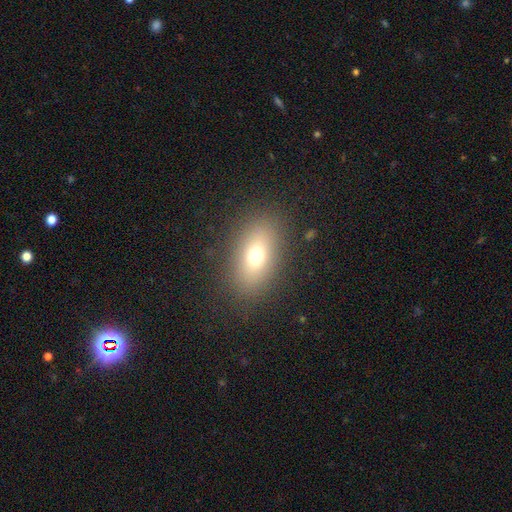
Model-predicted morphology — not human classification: Smooth or featured?
  - smooth: 69% *
  - featured or disk: 16%
  - star or artifact: 14%
How rounded?
  - in between: 80% *
  - round: 16%
  - cigar-shaped: 3%
Merging?
  - none: 85% *
  - minor disturbance: 9%
  - major disturbance: 5%
  - merger: 1%